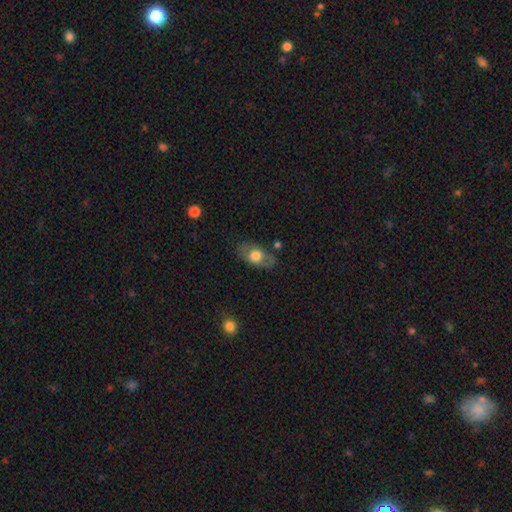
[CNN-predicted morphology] smooth_or_featured: smooth (p=0.59) [alt: featured or disk p=0.34]
how_rounded: in between (p=0.82) [alt: round p=0.15]
merging: none (p=0.76) [alt: minor disturbance p=0.16]